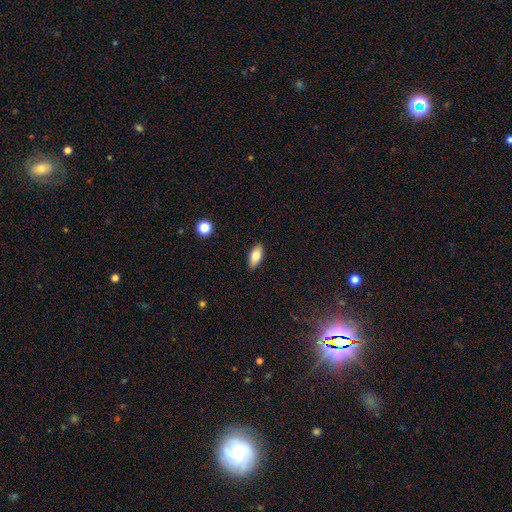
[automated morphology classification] Q: Smooth or featured?
A: smooth (78%); runner-up: featured or disk (15%)
Q: How rounded?
A: in between (87%); runner-up: cigar-shaped (10%)
Q: Merging?
A: none (88%); runner-up: minor disturbance (9%)